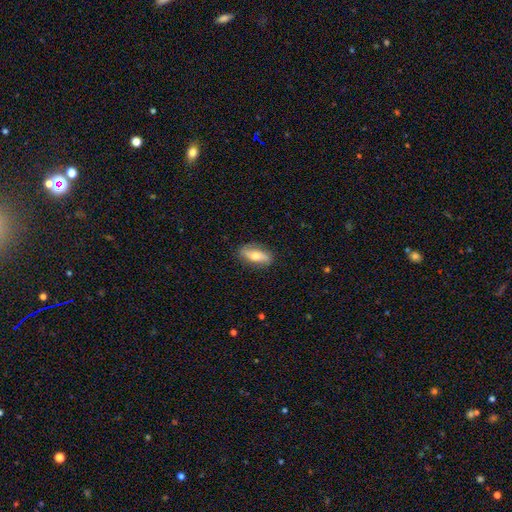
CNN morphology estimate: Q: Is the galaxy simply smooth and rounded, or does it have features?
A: featured or disk — 49%.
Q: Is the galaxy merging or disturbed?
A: none — 80%.